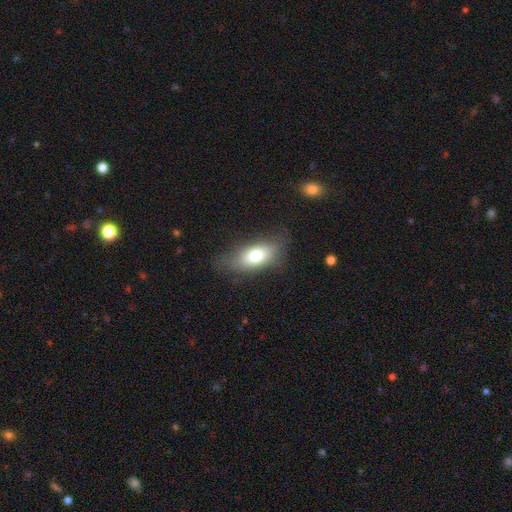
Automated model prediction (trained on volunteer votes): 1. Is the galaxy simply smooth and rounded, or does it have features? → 71% smooth, 20% featured or disk, 9% star or artifact.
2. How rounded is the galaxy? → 83% in between, 10% cigar-shaped, 7% round.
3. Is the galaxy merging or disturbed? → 73% none, 18% minor disturbance, 7% major disturbance, 1% merger.